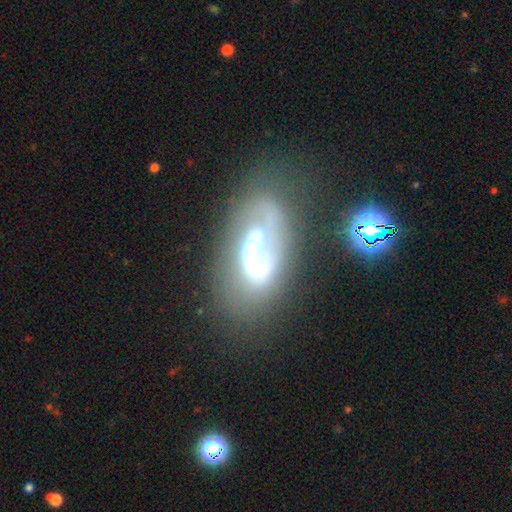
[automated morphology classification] The model was most divided on "spiral winding" (2-way tie): loose: 38%, medium: 38%, tight: 24%. Remaining: edge-on disk — no (95%); spiral arms — yes (81%); smooth or featured — featured or disk (73%); spiral arm count — 1 (59%); merging — none (49%); bar — no (37%); bulge size — moderate (29%).